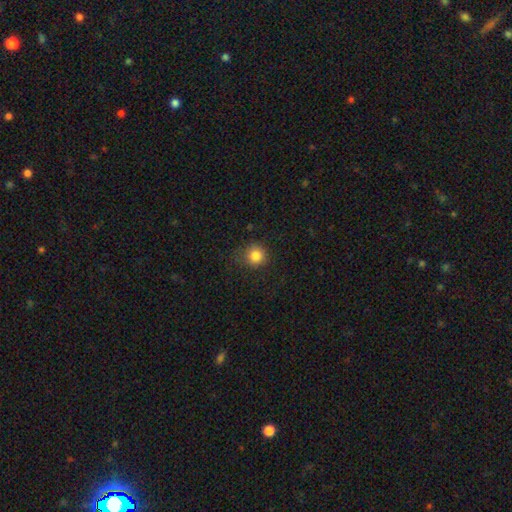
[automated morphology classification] Smooth or featured? smooth (83%)
How rounded? round (92%)
Merging? none (79%)